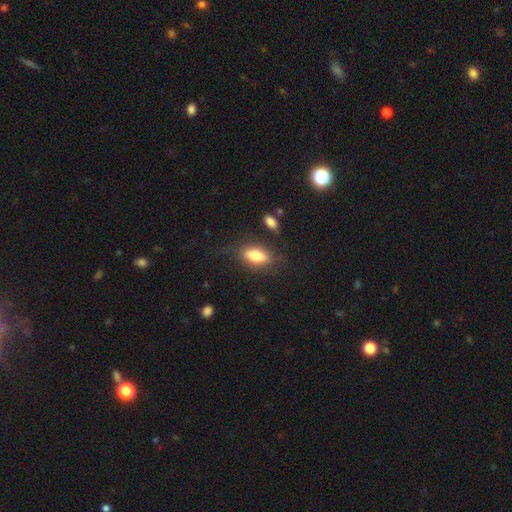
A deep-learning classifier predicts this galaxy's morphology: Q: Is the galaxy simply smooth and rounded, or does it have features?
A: smooth — 72%.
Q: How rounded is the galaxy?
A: in between — 72%.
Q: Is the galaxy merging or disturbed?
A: none — 74%.